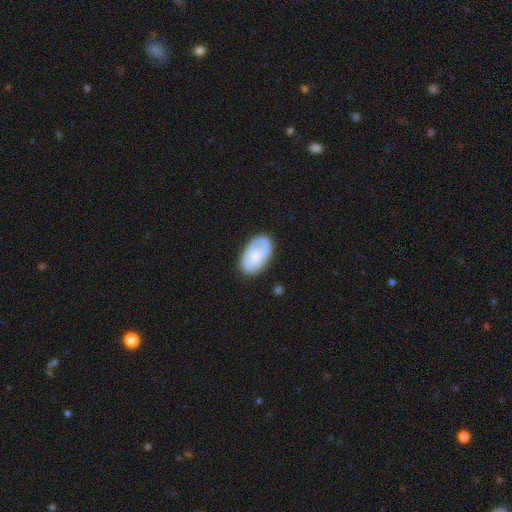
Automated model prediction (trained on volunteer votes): The model was most divided on "smooth or featured": smooth: 55%, featured or disk: 39%, star or artifact: 6%. More confident: how rounded — in between (93%); merging — none (70%).